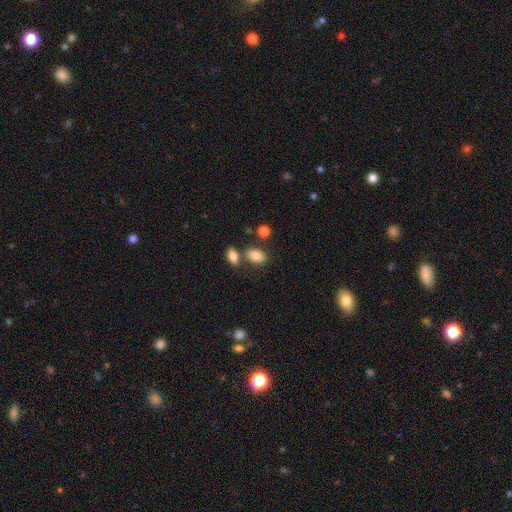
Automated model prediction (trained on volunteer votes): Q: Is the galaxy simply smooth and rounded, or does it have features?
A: smooth — 83%.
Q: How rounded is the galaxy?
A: in between — 87%.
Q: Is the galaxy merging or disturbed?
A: none — 66%.